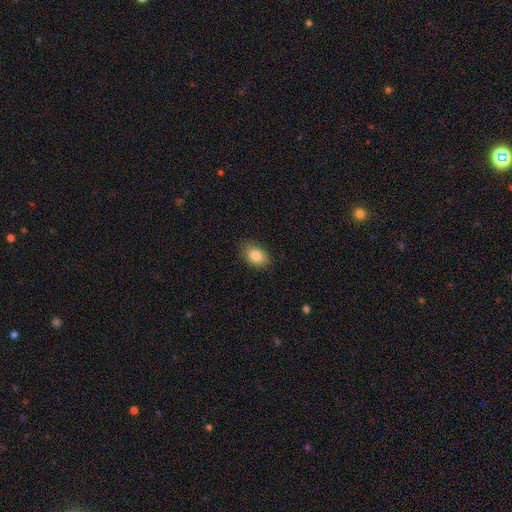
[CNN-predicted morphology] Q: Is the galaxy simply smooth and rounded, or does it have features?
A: smooth — 83%.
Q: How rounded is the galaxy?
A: in between — 82%.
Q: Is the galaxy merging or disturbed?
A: none — 82%.